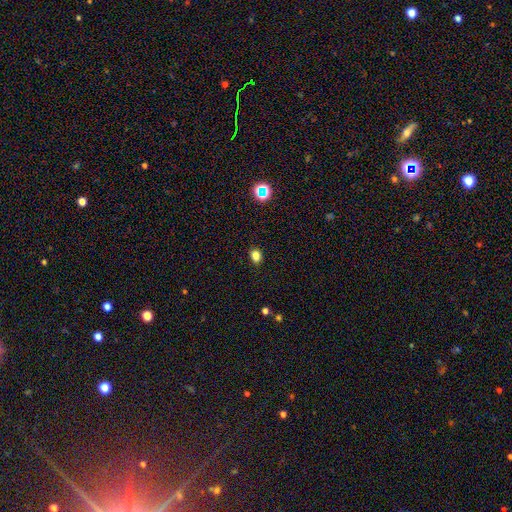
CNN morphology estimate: Overall: smooth (81%). How rounded: in between (50%; round 49%). Merging: none (88%).